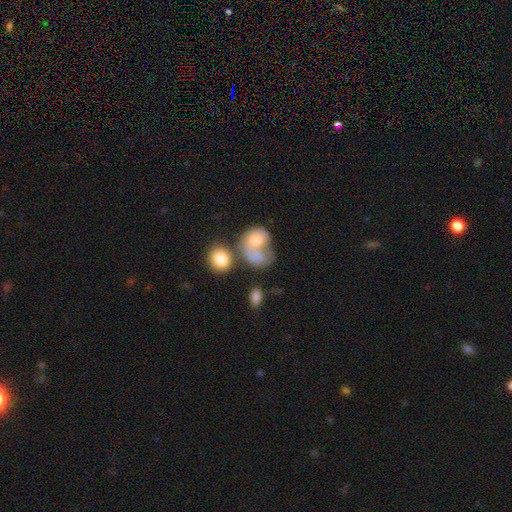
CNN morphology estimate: This appears to be a smooth galaxy with no disk features (60%) that is in between round and cigar-shaped (56%). Merging: merger (41%).